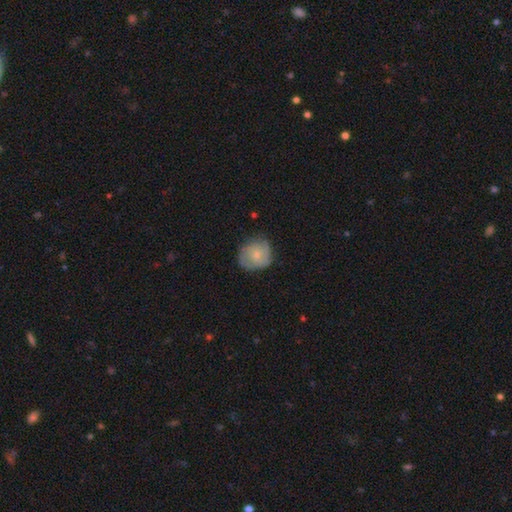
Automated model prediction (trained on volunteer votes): Q: Smooth or featured?
A: smooth (53%); runner-up: featured or disk (40%)
Q: How rounded?
A: round (77%); runner-up: in between (22%)
Q: Merging?
A: none (64%); runner-up: minor disturbance (26%)